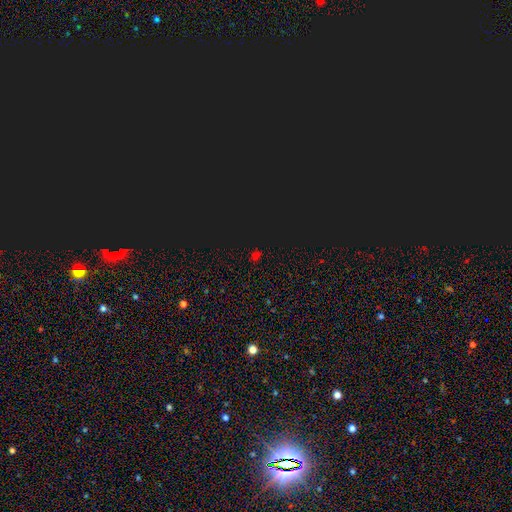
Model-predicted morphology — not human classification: smooth_or_featured: star or artifact (p=0.65) [alt: smooth p=0.30]